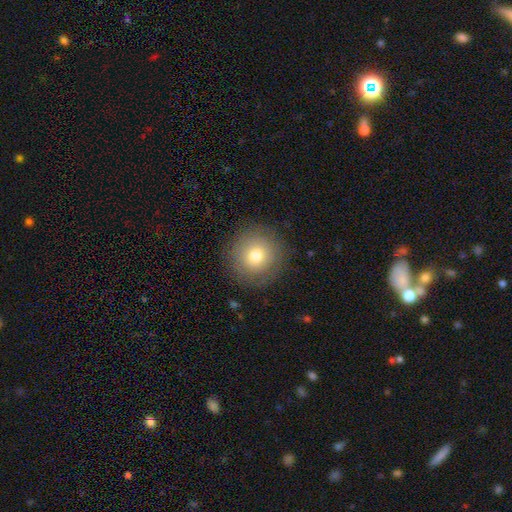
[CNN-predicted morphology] smooth 74%, featured or disk 15%, star or artifact 11%. Down the decision tree: how rounded — round (94%); merging — none (87%).